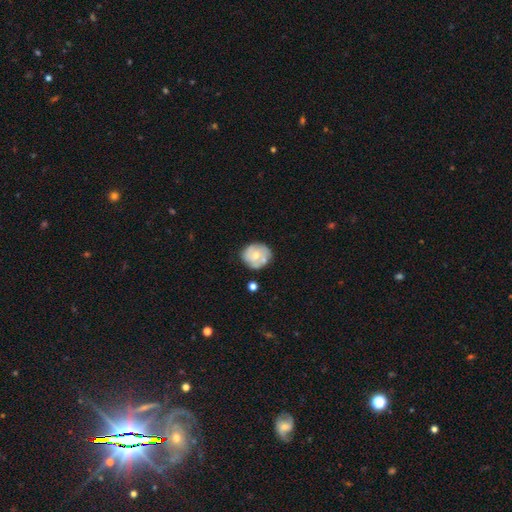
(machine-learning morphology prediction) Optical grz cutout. It shows a smooth galaxy with no disk features (49%). Merging: none (60%).